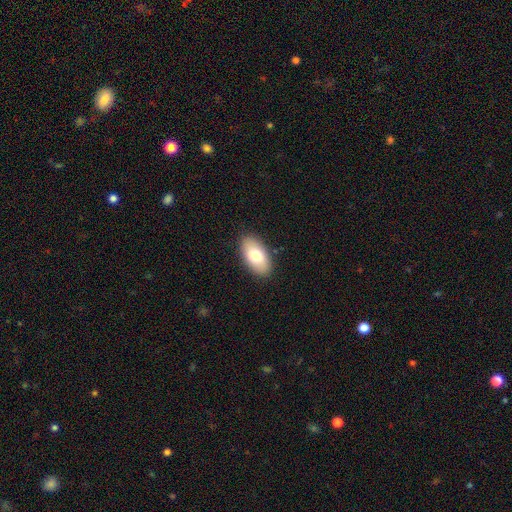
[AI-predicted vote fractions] Q: Smooth or featured?
A: smooth (76%); runner-up: featured or disk (18%)
Q: How rounded?
A: in between (94%); runner-up: round (4%)
Q: Merging?
A: none (88%); runner-up: minor disturbance (9%)